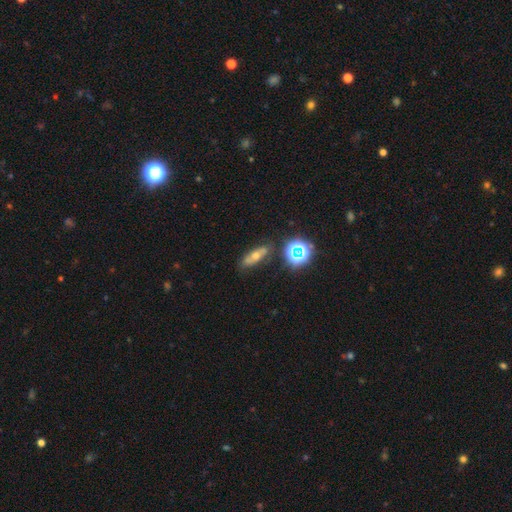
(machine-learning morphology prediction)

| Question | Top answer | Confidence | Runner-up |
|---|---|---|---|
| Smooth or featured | featured or disk | 39% | smooth (36%) |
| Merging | none | 77% | minor disturbance (14%) |